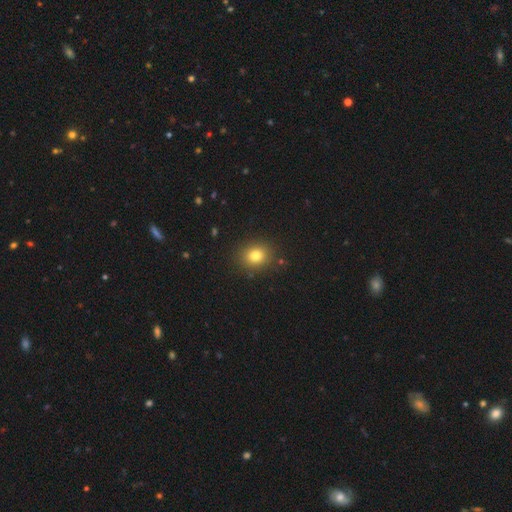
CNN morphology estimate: The model was most divided on "how rounded": round: 67%, in between: 32%, cigar-shaped: 1%. More confident: merging — none (88%); smooth or featured — smooth (79%).